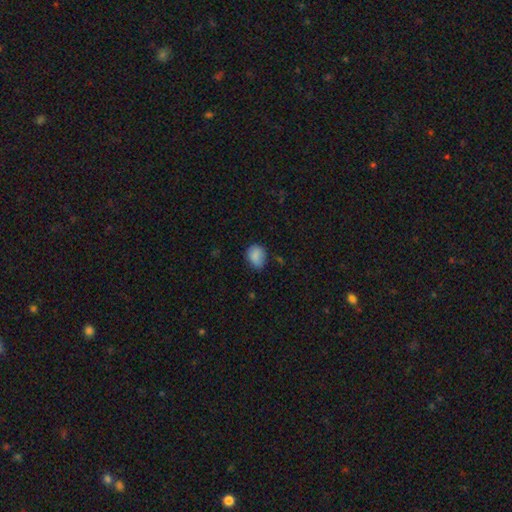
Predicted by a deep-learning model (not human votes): Q: Smooth or featured?
A: smooth (85%); runner-up: star or artifact (9%)
Q: How rounded?
A: round (50%); runner-up: in between (49%)
Q: Merging?
A: none (63%); runner-up: minor disturbance (29%)